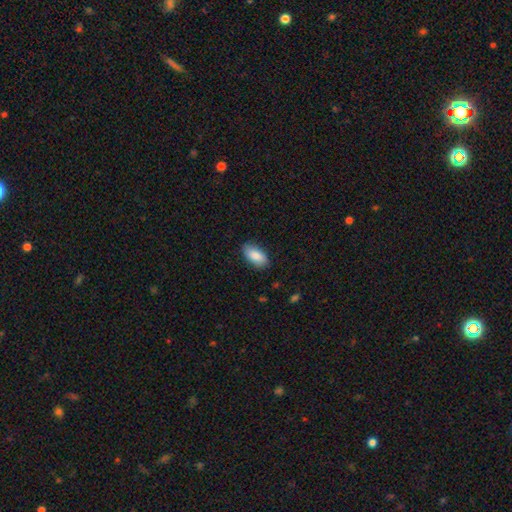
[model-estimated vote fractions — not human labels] This is clearly a smooth galaxy (85%). How rounded: clearly in between (93%). Merging: clearly none (83%).